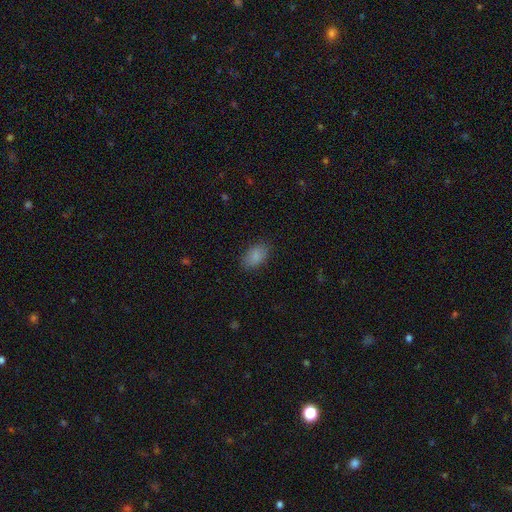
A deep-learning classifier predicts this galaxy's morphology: Smooth or featured? Predicted: smooth (p=0.87). How rounded? Predicted: in between (p=0.91). Merging? Predicted: none (p=0.83).